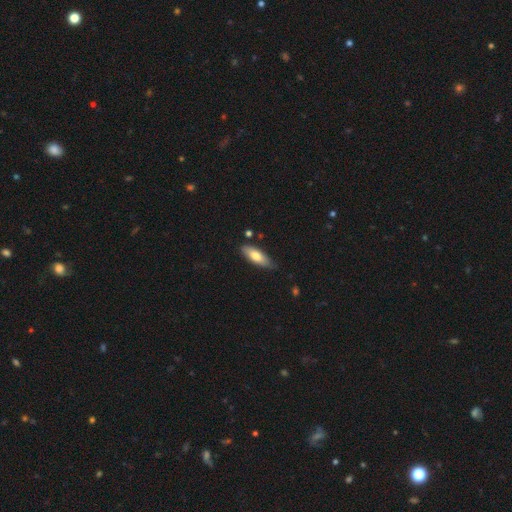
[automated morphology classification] The model was most divided on "how rounded": in between: 65%, cigar-shaped: 33%, round: 2%. More confident: merging — none (77%); smooth or featured — smooth (74%).